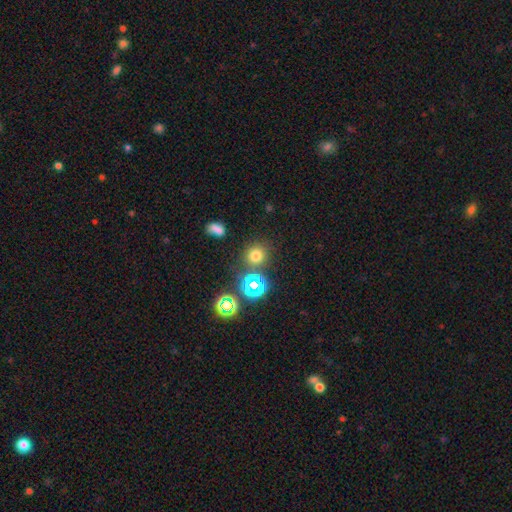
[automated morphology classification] Smooth or featured? smooth (69%)
How rounded? round (90%)
Merging? none (80%)